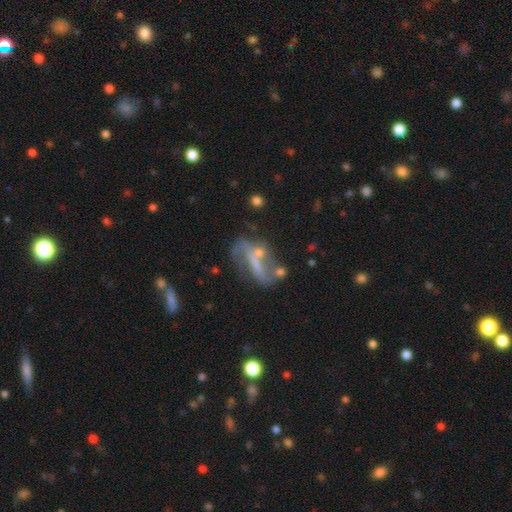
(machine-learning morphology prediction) Smooth or featured?
  - featured or disk: 63% *
  - smooth: 23%
  - star or artifact: 14%
Edge-on disk?
  - no: 90% *
  - yes: 10%
Bar?
  - no: 43% *
  - weak: 32%
  - strong: 25%
Spiral arms?
  - yes: 56% *
  - no: 44%
Bulge size?
  - none: 39% *
  - small: 37%
  - moderate: 19%
  - large: 3%
  - dominant: 2%
Merging?
  - none: 36% *
  - major disturbance: 28%
  - minor disturbance: 18%
  - merger: 18%